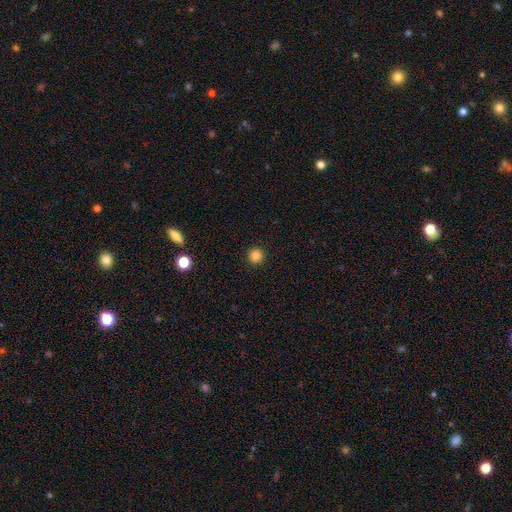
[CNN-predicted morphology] Smooth or featured: smooth — 84% (star or artifact — 13%)
How rounded: round — 96% (in between — 3%)
Merging: none — 93% (minor disturbance — 4%)